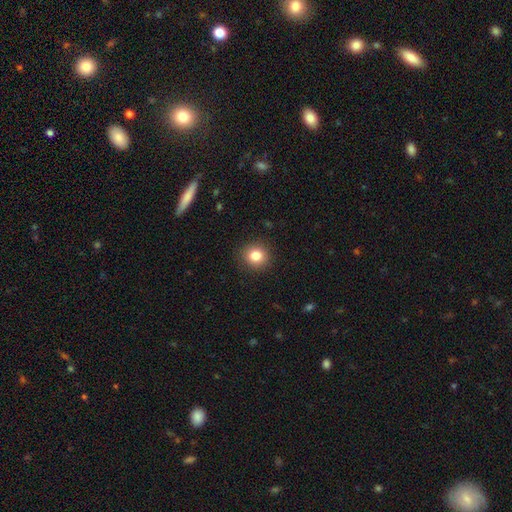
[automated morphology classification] smooth_or_featured: smooth (p=0.83) [alt: star or artifact p=0.11]
how_rounded: round (p=0.85) [alt: in between p=0.14]
merging: none (p=0.89) [alt: minor disturbance p=0.07]